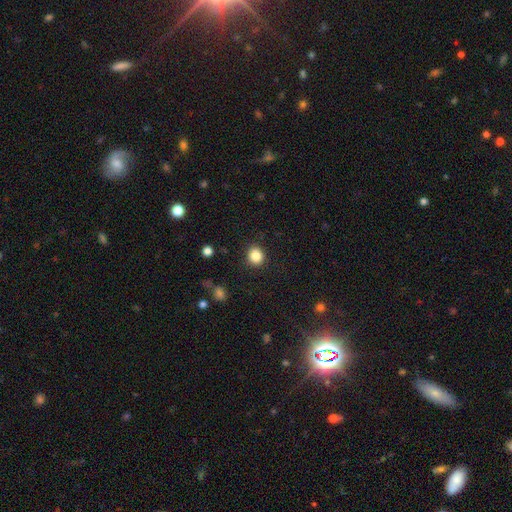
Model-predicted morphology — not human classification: Smooth or featured? Predicted: smooth (p=0.85). How rounded? Predicted: round (p=0.79). Merging? Predicted: none (p=0.89).